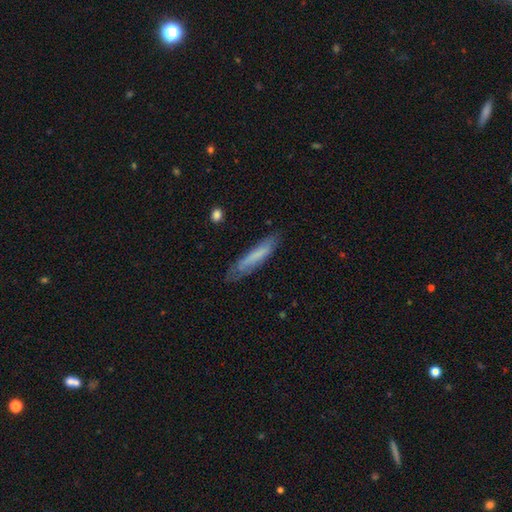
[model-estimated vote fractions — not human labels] A smooth galaxy with no disk features (66%) that is cigar-shaped (87%).

Vote fractions:
- Smooth or featured? smooth: 66% / featured or disk: 27% / star or artifact: 7%
- How rounded? cigar-shaped: 87% / in between: 12% / round: 1%
- Merging? none: 73% / minor disturbance: 20% / major disturbance: 5% / merger: 2%